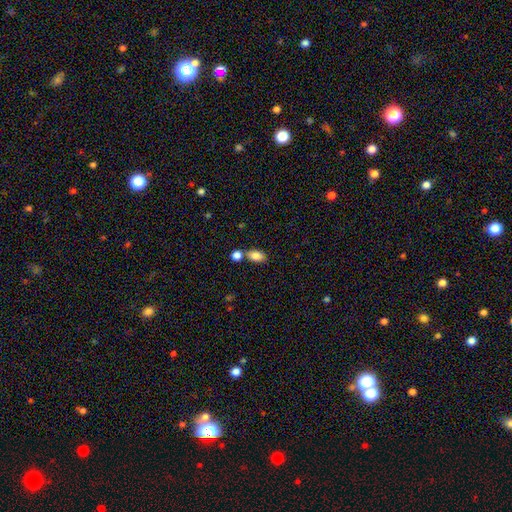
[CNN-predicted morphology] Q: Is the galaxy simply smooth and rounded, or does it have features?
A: smooth — 84%.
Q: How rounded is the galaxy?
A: in between — 88%.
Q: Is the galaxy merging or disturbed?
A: none — 63%.